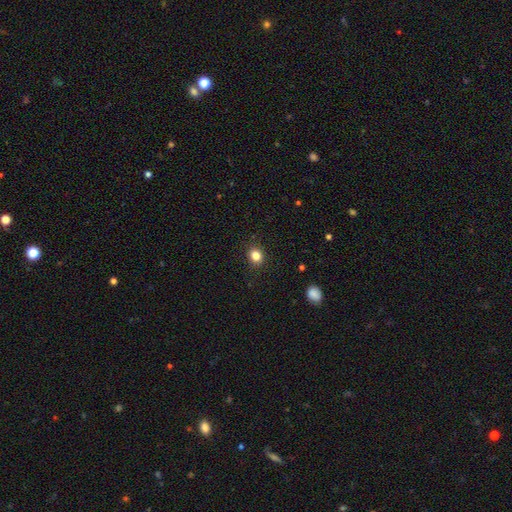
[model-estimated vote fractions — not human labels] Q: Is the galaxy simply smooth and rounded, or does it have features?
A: smooth — 83%.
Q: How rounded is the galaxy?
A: round — 71%.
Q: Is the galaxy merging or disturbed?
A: none — 89%.